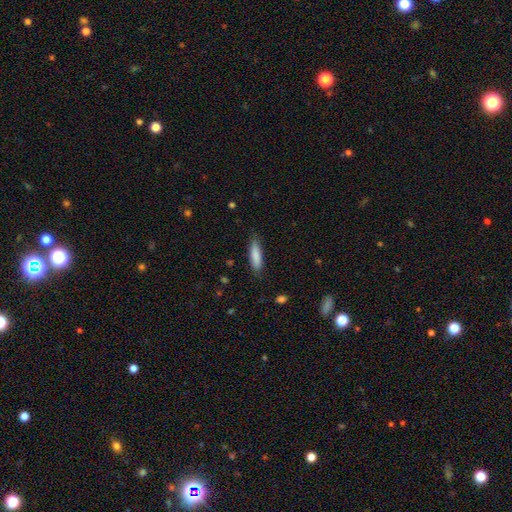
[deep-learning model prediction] Smooth or featured: smooth — 85% (featured or disk — 10%)
How rounded: cigar-shaped — 69% (in between — 30%)
Merging: none — 81% (minor disturbance — 15%)